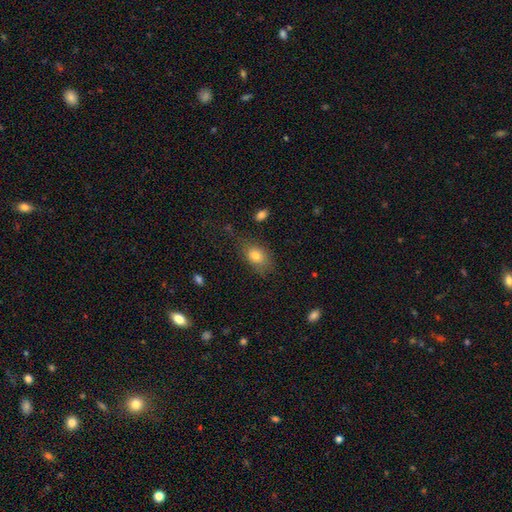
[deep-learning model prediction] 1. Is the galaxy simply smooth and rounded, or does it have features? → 79% smooth, 11% featured or disk, 10% star or artifact.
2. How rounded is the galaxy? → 77% in between, 21% round, 2% cigar-shaped.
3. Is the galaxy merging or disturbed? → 65% none, 23% minor disturbance, 9% major disturbance, 3% merger.